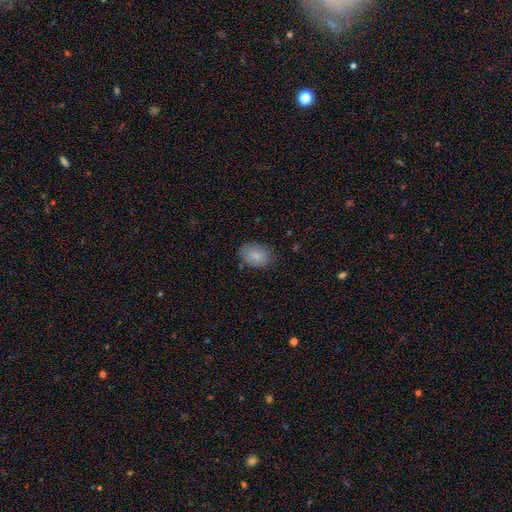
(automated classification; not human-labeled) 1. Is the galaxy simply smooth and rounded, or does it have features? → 85% smooth, 8% featured or disk, 8% star or artifact.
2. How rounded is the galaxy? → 77% in between, 22% round, 1% cigar-shaped.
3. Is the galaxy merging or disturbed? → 81% none, 14% minor disturbance, 3% major disturbance, 1% merger.